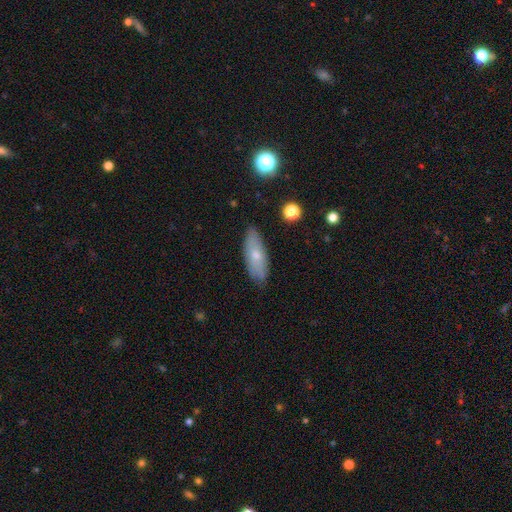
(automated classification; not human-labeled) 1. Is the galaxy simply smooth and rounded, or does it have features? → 60% smooth, 33% featured or disk, 7% star or artifact.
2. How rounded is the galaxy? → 69% in between, 28% cigar-shaped, 3% round.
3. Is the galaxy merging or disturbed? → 83% none, 13% minor disturbance, 2% major disturbance, 1% merger.